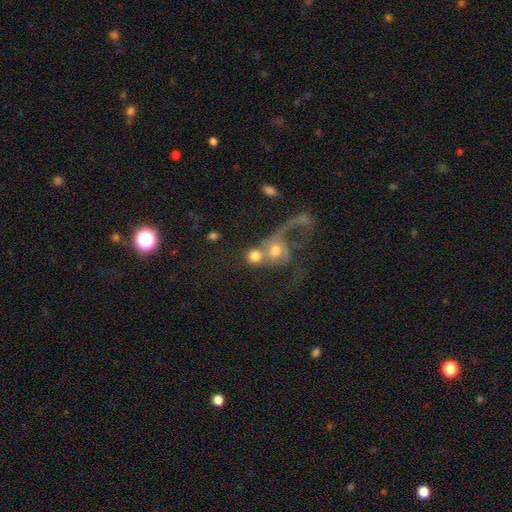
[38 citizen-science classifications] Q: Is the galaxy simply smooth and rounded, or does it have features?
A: smooth — 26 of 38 (68%).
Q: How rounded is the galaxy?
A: round — 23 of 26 (88%).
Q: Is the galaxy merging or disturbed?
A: merger — 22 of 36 (61%).